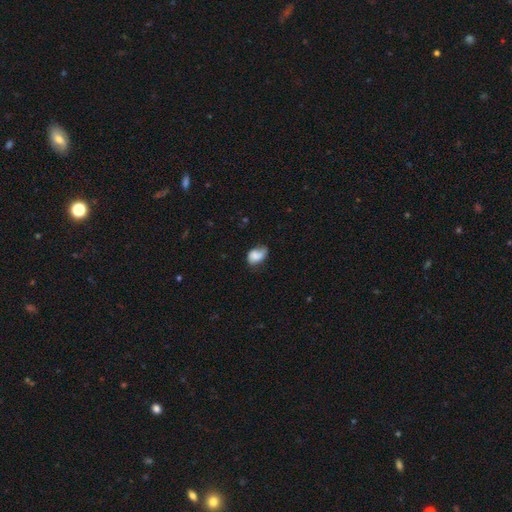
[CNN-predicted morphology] This is likely a smooth galaxy (73%). How rounded: likely in between (78%). Merging: marginally minor disturbance (40%).